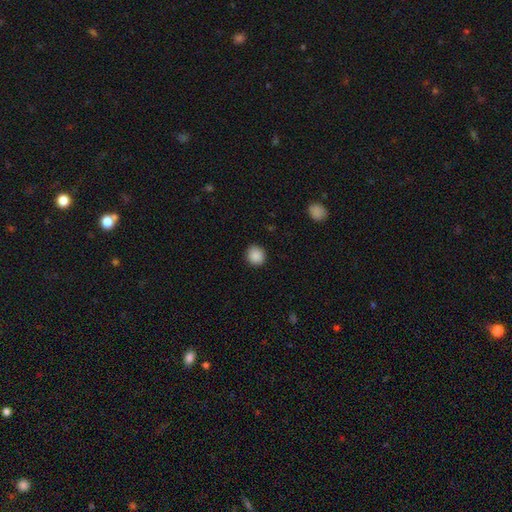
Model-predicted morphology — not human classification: Smooth or featured? smooth (89%)
How rounded? round (89%)
Merging? none (90%)